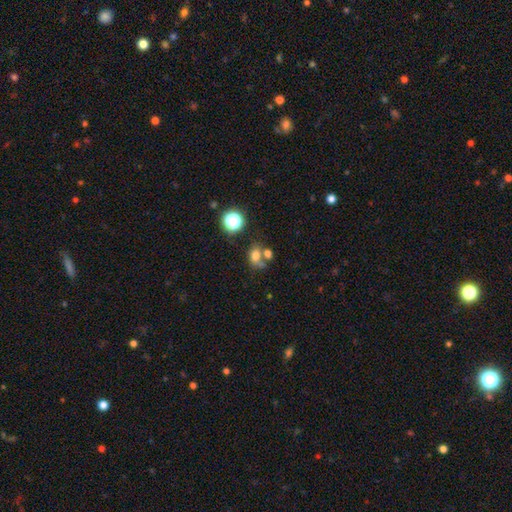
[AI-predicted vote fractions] This is likely a smooth galaxy (70%). How rounded: possibly in between (58%). Merging: marginally merger (38%, tied with none).